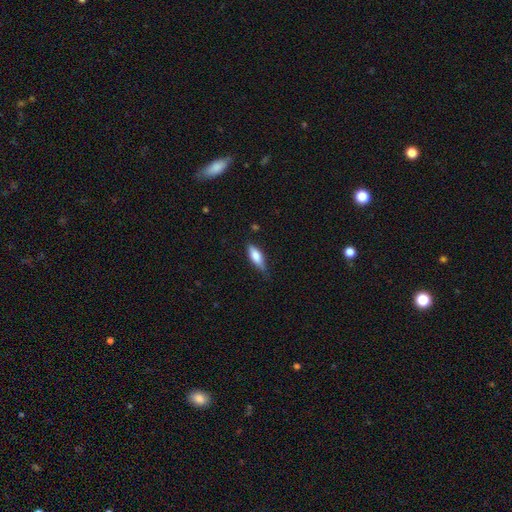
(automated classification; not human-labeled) The model was most divided on "how rounded": in between: 61%, cigar-shaped: 37%, round: 2%. More confident: smooth or featured — smooth (71%); merging — none (66%).